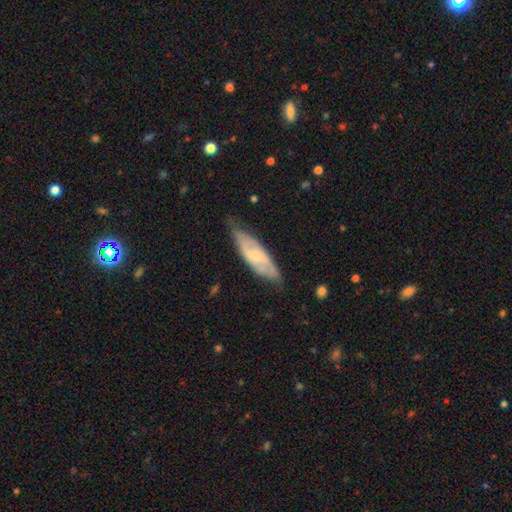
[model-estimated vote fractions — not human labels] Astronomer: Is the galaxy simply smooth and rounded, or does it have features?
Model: featured or disk — 53% (runner-up: smooth, 41%).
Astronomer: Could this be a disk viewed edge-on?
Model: no — 73%.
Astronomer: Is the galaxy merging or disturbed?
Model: none — 66%.